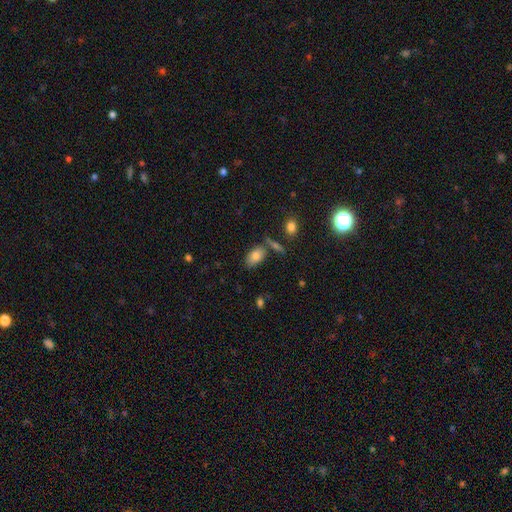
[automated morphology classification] This is clearly a smooth galaxy (80%). How rounded: clearly in between (91%). Merging: likely none (69%).